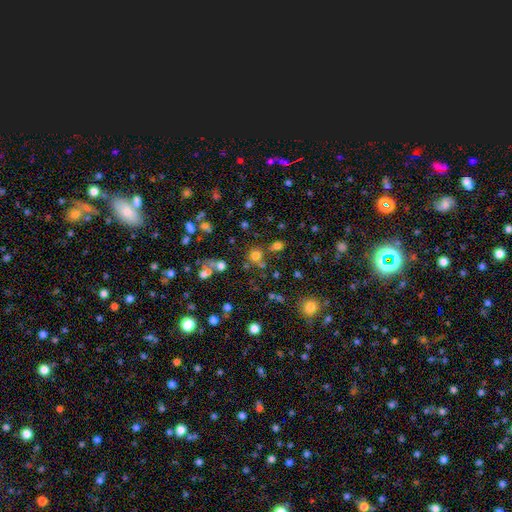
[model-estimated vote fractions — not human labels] smooth 69%, star or artifact 22%, featured or disk 9%. Down the decision tree: how rounded — round (89%); merging — none (69%).